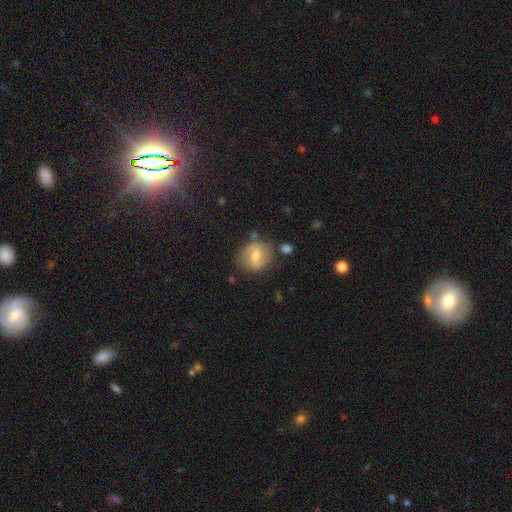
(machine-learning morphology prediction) Smooth or featured: smooth — 56% (featured or disk — 36%)
How rounded: round — 72% (in between — 26%)
Merging: none — 71% (minor disturbance — 18%)